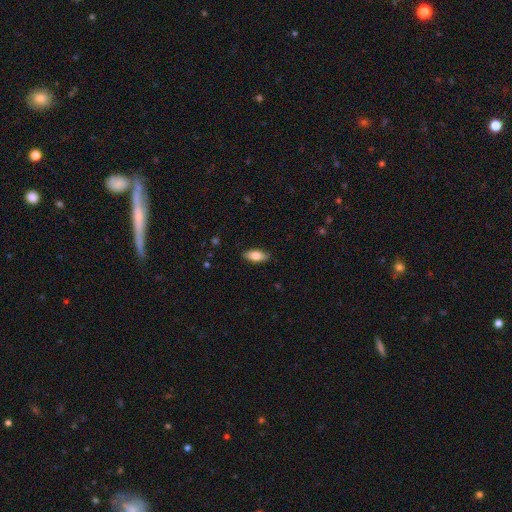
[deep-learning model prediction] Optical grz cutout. It shows a smooth galaxy with no disk features (79%) that is in between round and cigar-shaped (85%). Merging: none (86%).